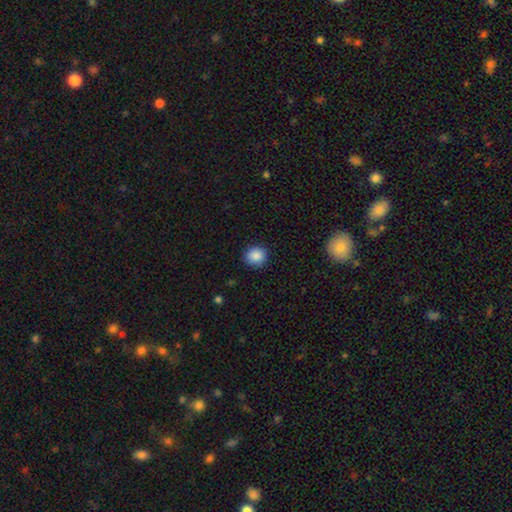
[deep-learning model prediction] A smooth galaxy with no disk features (87%) that is round (87%). Merging: none (89%).